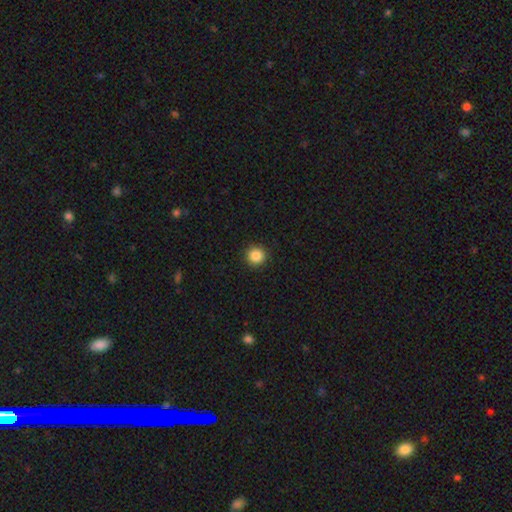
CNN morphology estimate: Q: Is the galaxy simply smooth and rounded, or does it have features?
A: smooth — 86%.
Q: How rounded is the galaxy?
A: round — 95%.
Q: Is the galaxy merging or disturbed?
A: none — 92%.